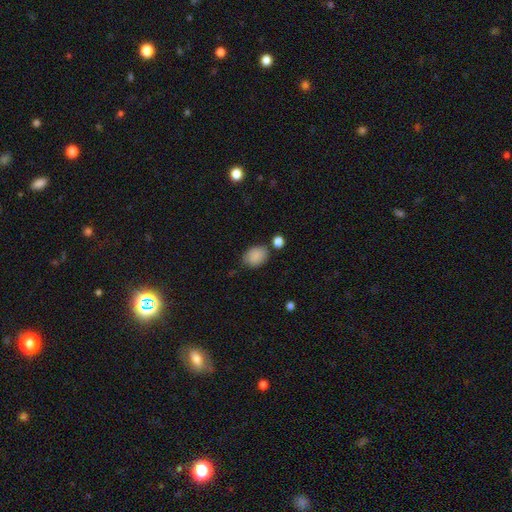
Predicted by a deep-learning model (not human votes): smooth_or_featured: smooth (p=0.87) [alt: star or artifact p=0.09]
how_rounded: in between (p=0.71) [alt: round p=0.28]
merging: none (p=0.69) [alt: minor disturbance p=0.19]